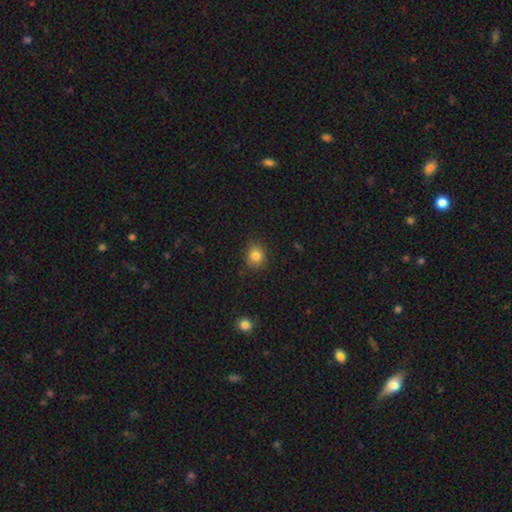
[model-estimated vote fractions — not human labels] A smooth galaxy with no disk features (84%) that is round (81%). Merging: none (88%).